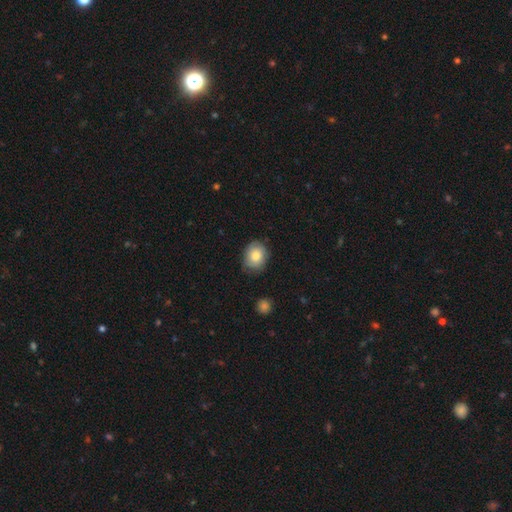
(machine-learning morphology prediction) type=smooth (75%); roundness=round (54%); merging=none (73%).